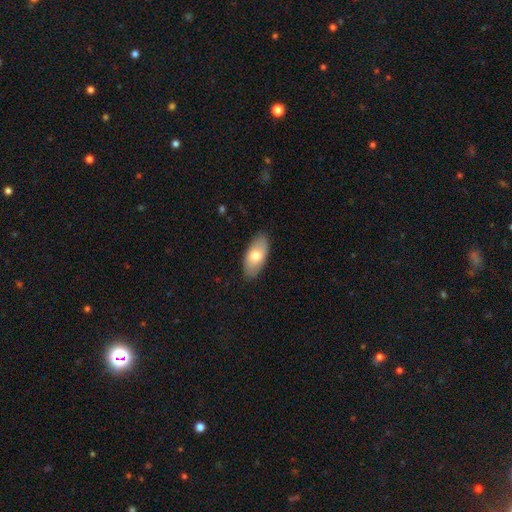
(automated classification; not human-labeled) Morphology: type=smooth (74%); roundness=in between (92%); merging=none (87%).